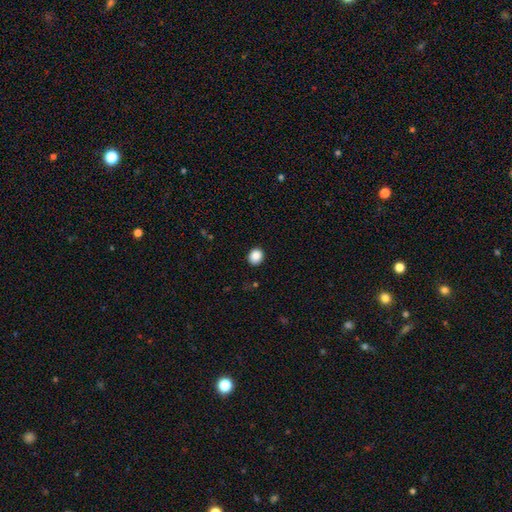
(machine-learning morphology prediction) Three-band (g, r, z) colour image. It shows a smooth galaxy with no disk features (88%) that is round (70%). Merging: none (90%).